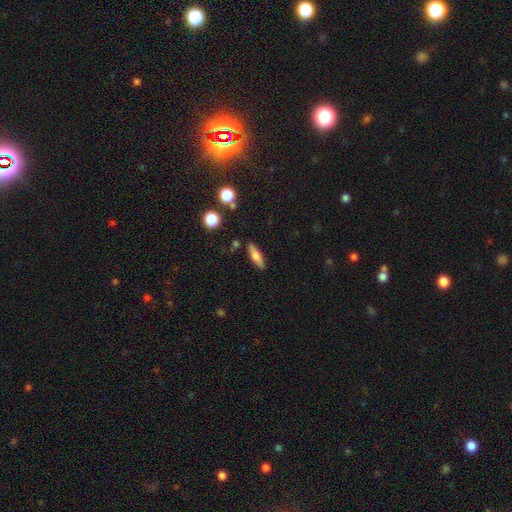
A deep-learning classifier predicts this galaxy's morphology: A smooth galaxy with no disk features (66%) that is cigar-shaped (57%). Merging: none (86%).